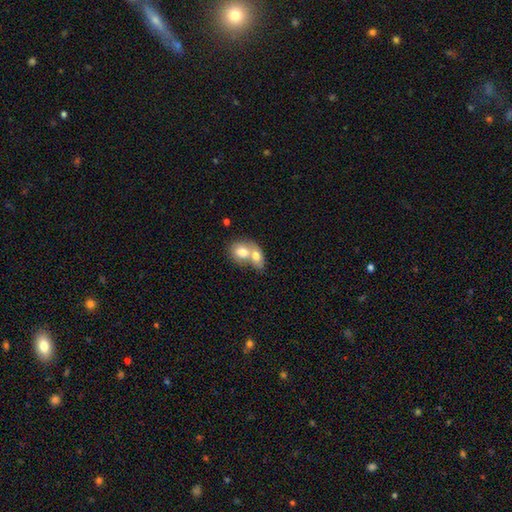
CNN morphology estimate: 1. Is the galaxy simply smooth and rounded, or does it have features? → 71% smooth, 22% featured or disk, 7% star or artifact.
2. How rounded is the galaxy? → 62% in between, 36% round, 2% cigar-shaped.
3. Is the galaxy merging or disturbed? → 77% merger, 15% none, 5% minor disturbance, 3% major disturbance.